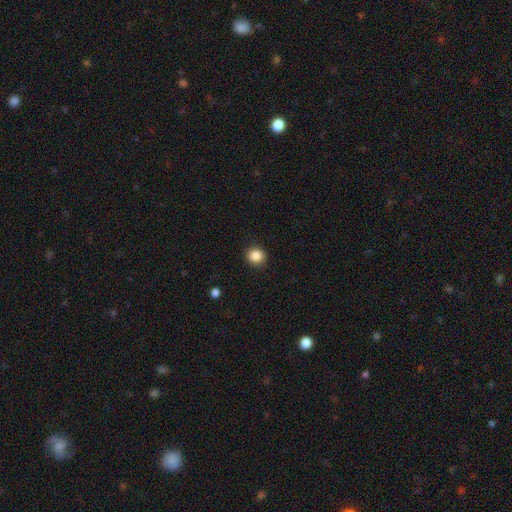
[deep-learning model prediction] Morphology: type=smooth (86%); roundness=round (86%); merging=none (91%).